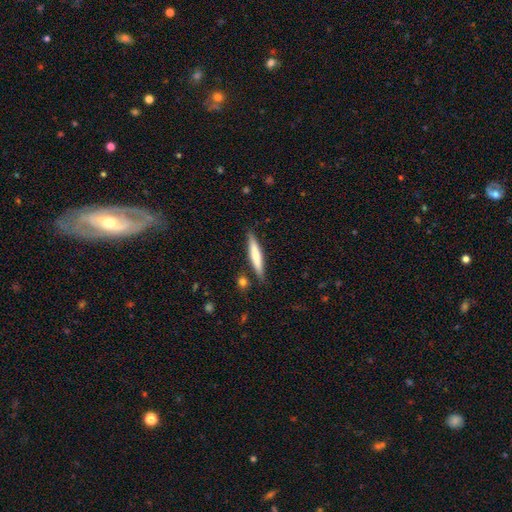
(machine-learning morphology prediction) smooth 63%, featured or disk 32%, star or artifact 6%. Down the decision tree: how rounded — cigar-shaped (92%); merging — none (84%).